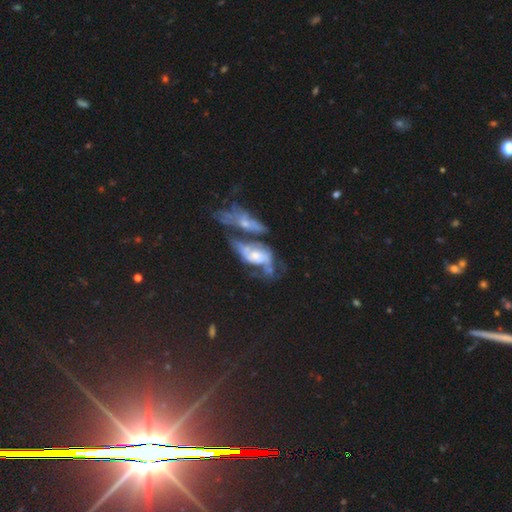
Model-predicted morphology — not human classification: This is likely a featured or disk galaxy (70%). It is clearly not viewed edge-on (93%). Bar: likely no (69%). Spiral arm pattern: likely yes (72%). Central bulge: marginally small (42%). Merging: possibly merger (54%).